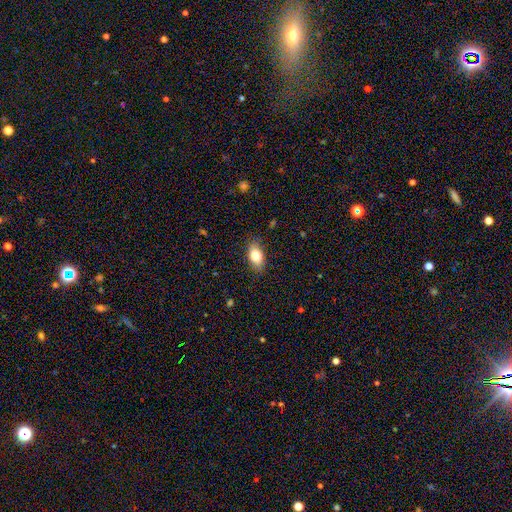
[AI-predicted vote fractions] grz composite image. It shows a smooth galaxy with no disk features (81%) that is in between round and cigar-shaped (89%). Merging: none (84%).